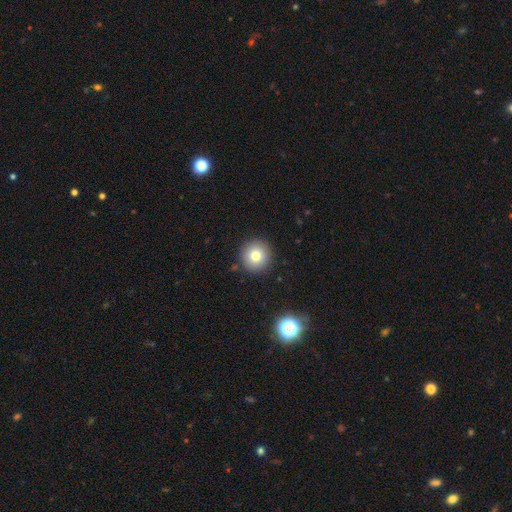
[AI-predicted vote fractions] smooth 78%, star or artifact 12%, featured or disk 11%. Down the decision tree: how rounded — round (95%); merging — none (90%).